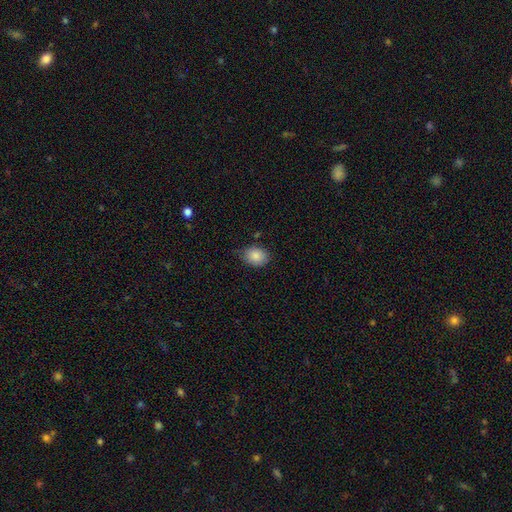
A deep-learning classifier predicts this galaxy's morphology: A smooth galaxy with no disk features (86%) that is in between round and cigar-shaped (66%).

Vote fractions:
- Smooth or featured? smooth: 86% / star or artifact: 8% / featured or disk: 6%
- How rounded? in between: 66% / round: 33% / cigar-shaped: 1%
- Merging? none: 71% / minor disturbance: 24% / major disturbance: 4% / merger: 2%